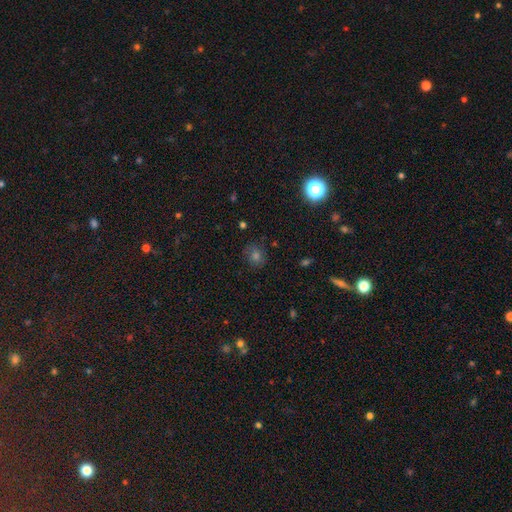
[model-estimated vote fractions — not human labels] This is likely a smooth galaxy (62%). How rounded: likely round (76%). Merging: clearly none (82%).